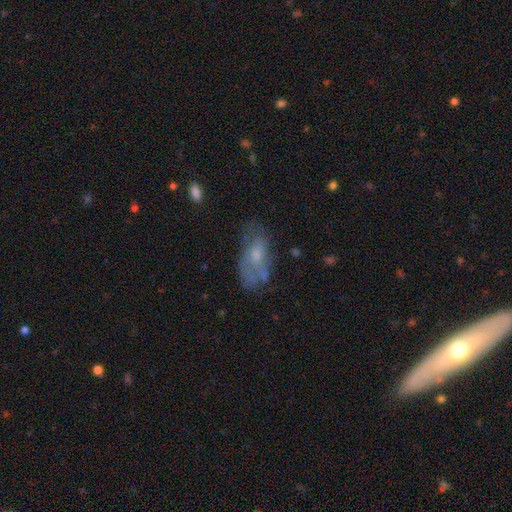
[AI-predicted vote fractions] Overall: smooth (47%; featured or disk 43%). Merging: none (45%; minor disturbance 28%).